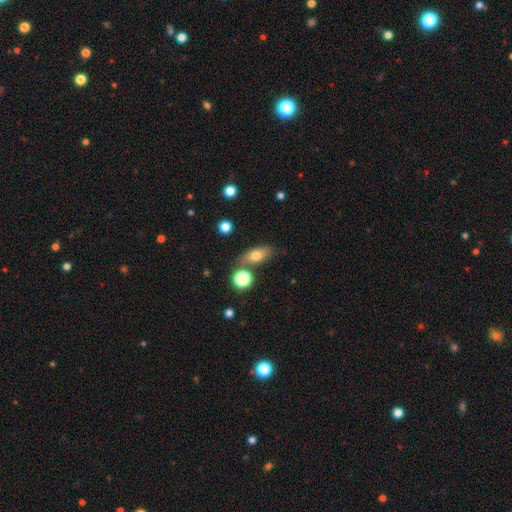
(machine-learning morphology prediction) The model was most divided on "smooth or featured": smooth: 70%, featured or disk: 19%, star or artifact: 10%. More confident: merging — none (74%); how rounded — in between (73%).